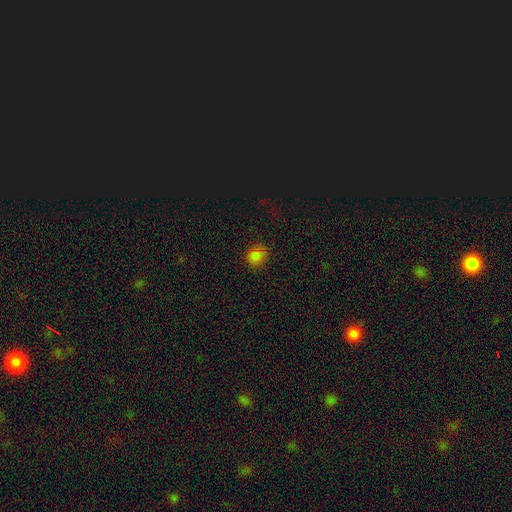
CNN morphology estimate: This appears to be a smooth galaxy with no disk features (81%) that is round (82%). Merging: none (85%).